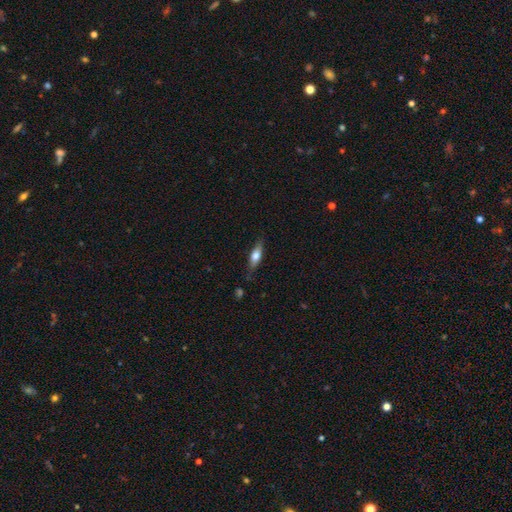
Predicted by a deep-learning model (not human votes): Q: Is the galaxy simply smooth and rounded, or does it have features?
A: smooth — 58%.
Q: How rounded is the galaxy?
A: in between — 49%.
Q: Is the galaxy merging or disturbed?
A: none — 78%.